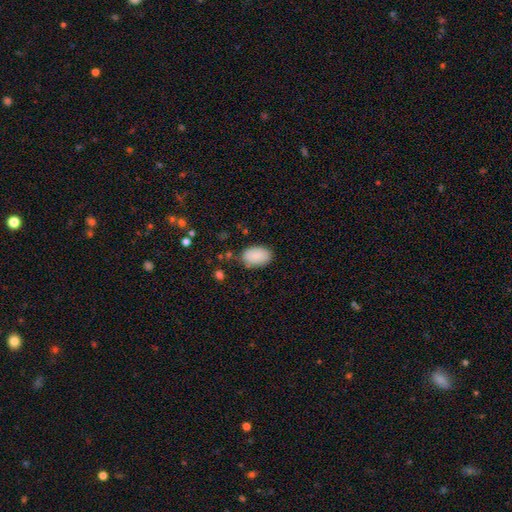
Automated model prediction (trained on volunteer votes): A smooth galaxy with no disk features (87%) that is in between round and cigar-shaped (92%). Merging: none (82%).